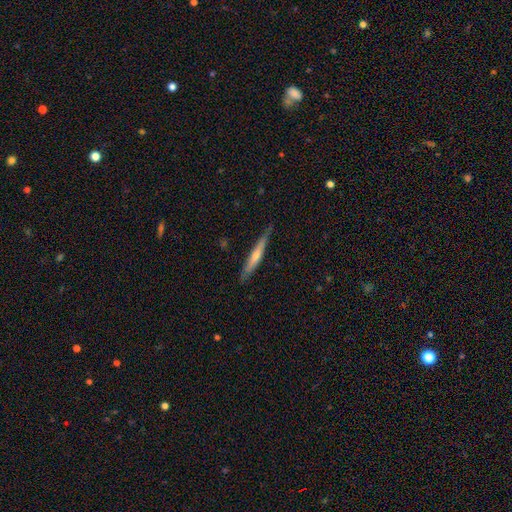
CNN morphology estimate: Smooth or featured? Predicted: featured or disk (p=0.54). Edge-on disk? Predicted: yes (p=0.94). Edge-on bulge? Predicted: rounded (p=0.58). Merging? Predicted: none (p=0.81).